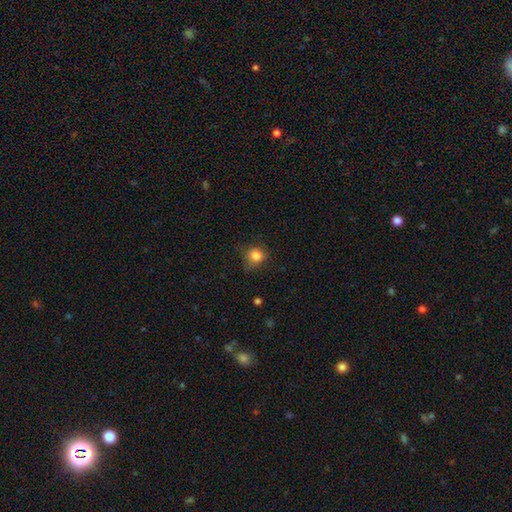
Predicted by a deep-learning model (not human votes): Overall: smooth (83%). How rounded: round (81%). Merging: none (71%).